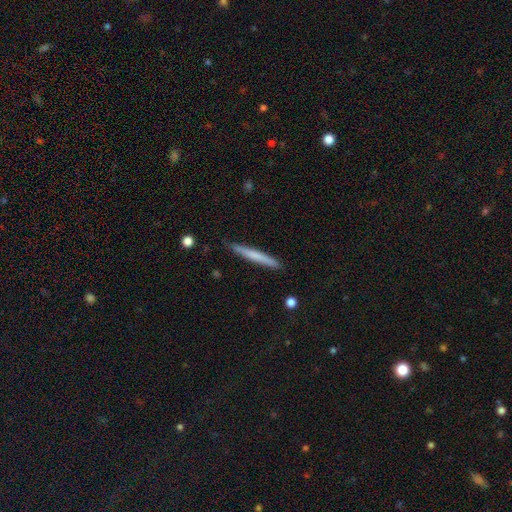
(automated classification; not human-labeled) This is likely a smooth galaxy (61%). How rounded: clearly cigar-shaped (96%). Merging: clearly none (87%).